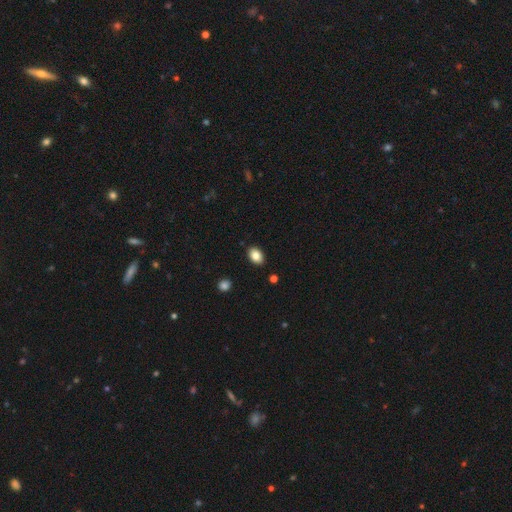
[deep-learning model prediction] Smooth or featured? Predicted: smooth (p=0.85). How rounded? Predicted: in between (p=0.83). Merging? Predicted: none (p=0.88).